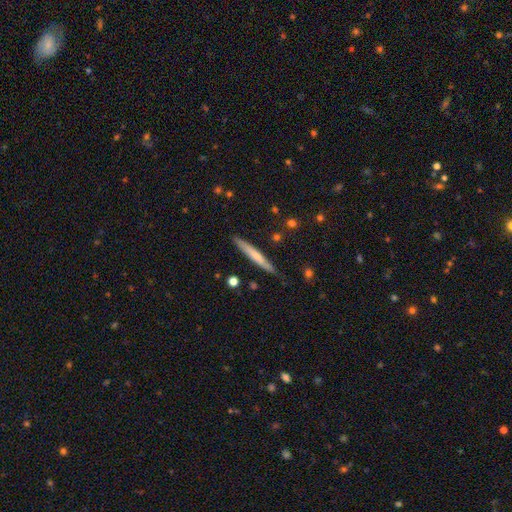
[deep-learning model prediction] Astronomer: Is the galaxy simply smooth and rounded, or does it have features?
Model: smooth — 55% (runner-up: featured or disk, 39%).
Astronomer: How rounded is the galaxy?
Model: cigar-shaped — 95%.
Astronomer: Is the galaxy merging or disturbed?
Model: none — 84%.